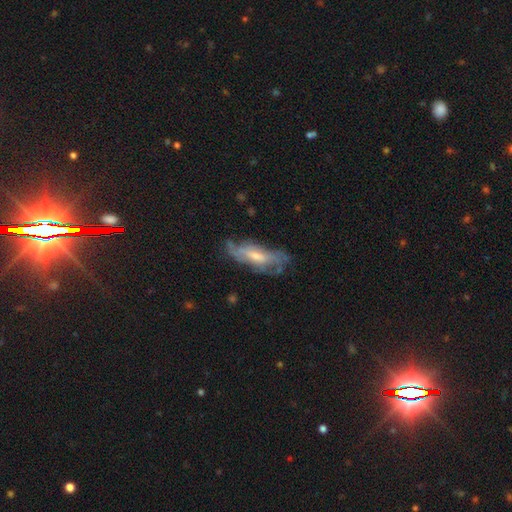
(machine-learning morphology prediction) A featured or disk galaxy (67%). Merging: none (63%).